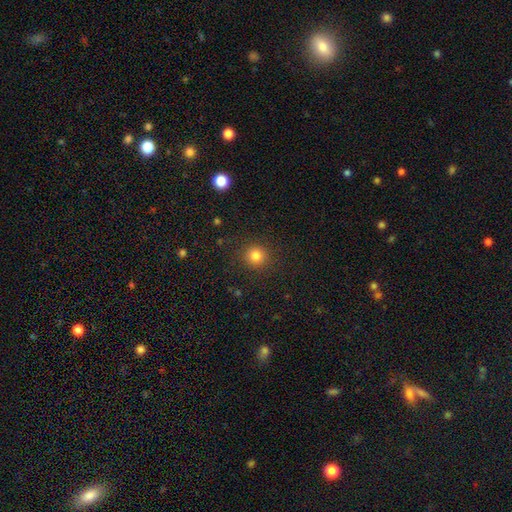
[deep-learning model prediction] Smooth or featured?
  - smooth: 82% *
  - star or artifact: 13%
  - featured or disk: 5%
How rounded?
  - round: 93% *
  - in between: 6%
  - cigar-shaped: 1%
Merging?
  - none: 89% *
  - minor disturbance: 7%
  - major disturbance: 3%
  - merger: 1%